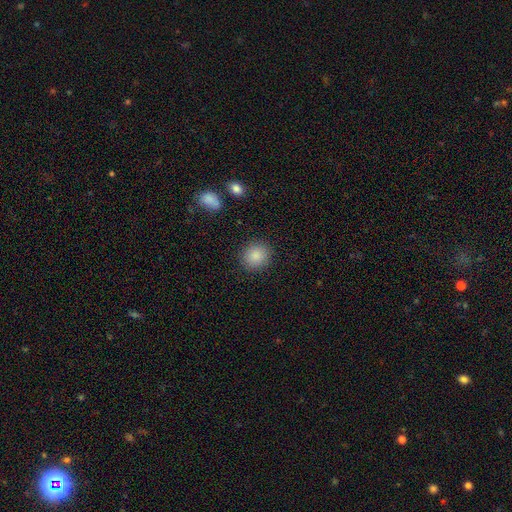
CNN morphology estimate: This appears to be a smooth galaxy with no disk features (87%) that is round (86%). Merging: none (89%).